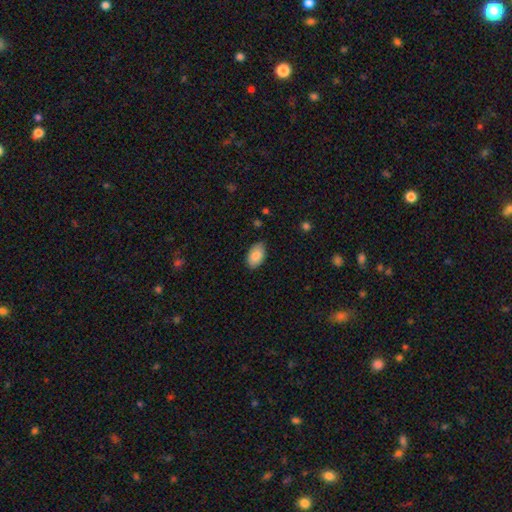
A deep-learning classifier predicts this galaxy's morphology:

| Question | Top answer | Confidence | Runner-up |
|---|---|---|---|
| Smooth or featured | smooth | 84% | featured or disk (10%) |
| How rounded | in between | 93% | round (6%) |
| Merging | none | 82% | minor disturbance (15%) |